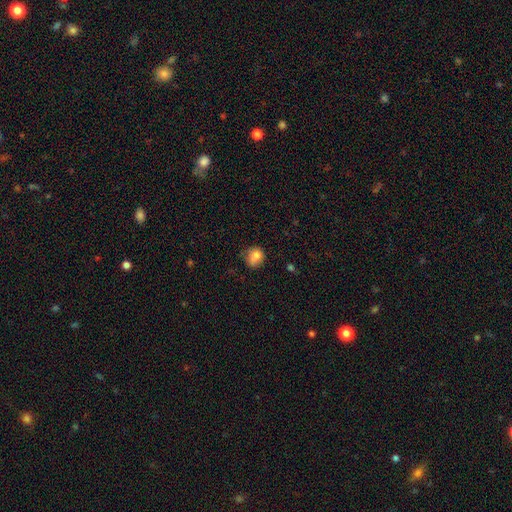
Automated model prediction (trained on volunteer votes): smooth-or-featured: smooth: 77% | featured or disk: 13% | star or artifact: 11%
  how-rounded: round: 73% | in between: 26% | cigar-shaped: 1%
  merging: none: 53% | minor disturbance: 29% | major disturbance: 10% | merger: 7%